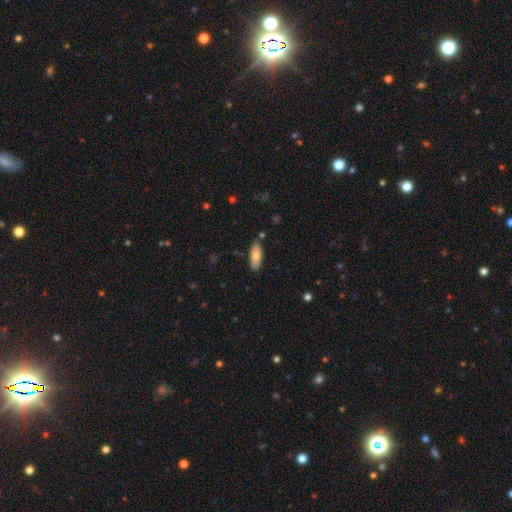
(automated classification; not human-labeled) Morphology: type=smooth (82%); roundness=in between (65%); merging=none (82%).